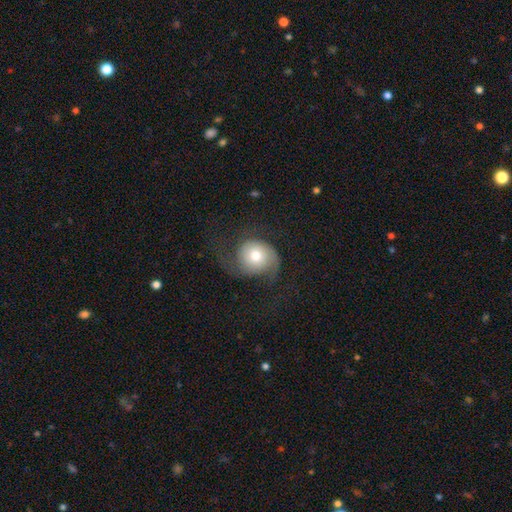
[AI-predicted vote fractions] A smooth galaxy with no disk features (46%, tied with featured or disk). Merging: none (43%).